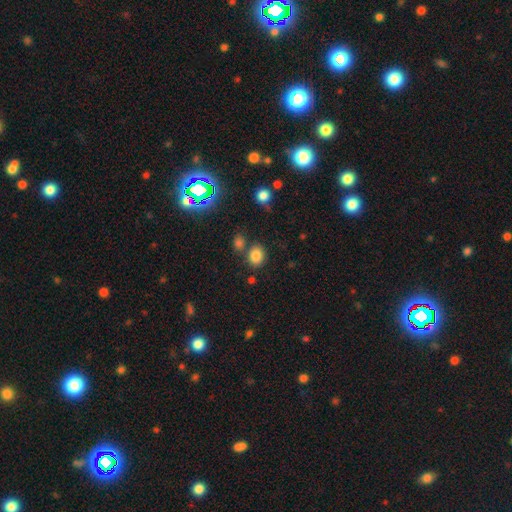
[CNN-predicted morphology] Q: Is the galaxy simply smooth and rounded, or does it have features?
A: smooth — 80%.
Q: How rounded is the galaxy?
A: round — 63%.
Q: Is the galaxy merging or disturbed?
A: none — 73%.